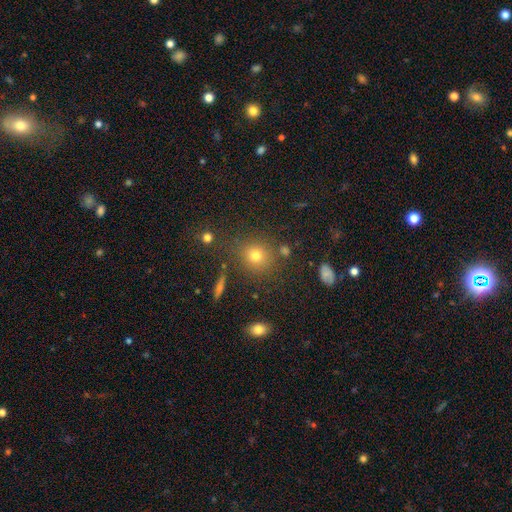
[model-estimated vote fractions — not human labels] Smooth or featured? Predicted: smooth (p=0.72). How rounded? Predicted: round (p=0.83). Merging? Predicted: none (p=0.80).